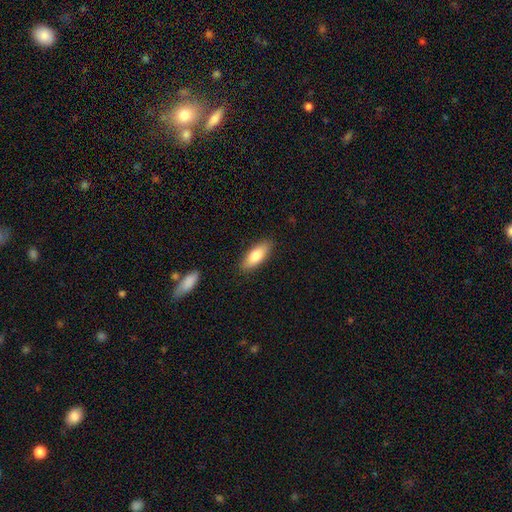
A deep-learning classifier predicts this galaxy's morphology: This is likely a smooth galaxy (80%). How rounded: likely in between (70%). Merging: clearly none (87%).